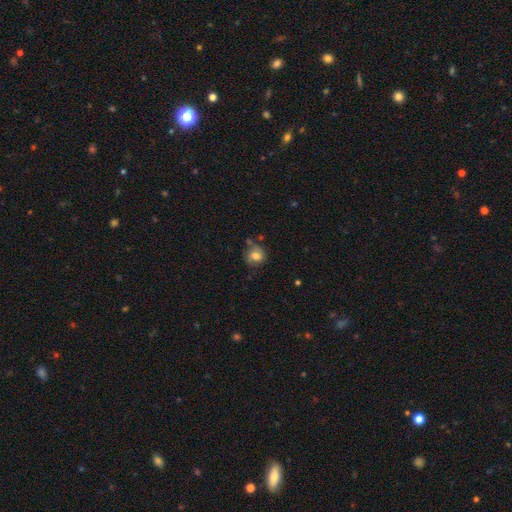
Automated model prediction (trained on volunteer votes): Q: Smooth or featured?
A: smooth (67%); runner-up: featured or disk (23%)
Q: How rounded?
A: round (76%); runner-up: in between (23%)
Q: Merging?
A: none (58%); runner-up: minor disturbance (24%)